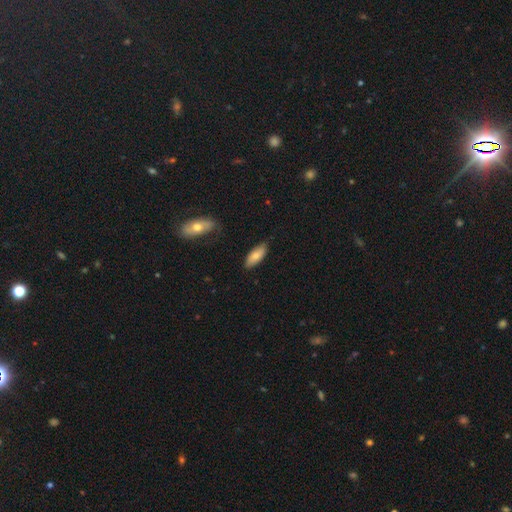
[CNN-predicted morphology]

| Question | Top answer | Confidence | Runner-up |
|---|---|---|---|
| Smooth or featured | smooth | 78% | featured or disk (16%) |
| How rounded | in between | 76% | cigar-shaped (22%) |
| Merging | none | 82% | minor disturbance (14%) |